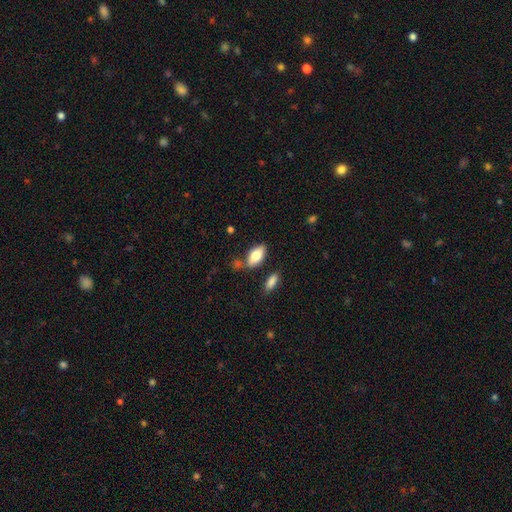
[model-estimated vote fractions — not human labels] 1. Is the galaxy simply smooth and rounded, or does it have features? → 76% smooth, 17% featured or disk, 7% star or artifact.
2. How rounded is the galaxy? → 89% in between, 8% cigar-shaped, 3% round.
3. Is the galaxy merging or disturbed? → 69% none, 16% minor disturbance, 10% merger, 4% major disturbance.